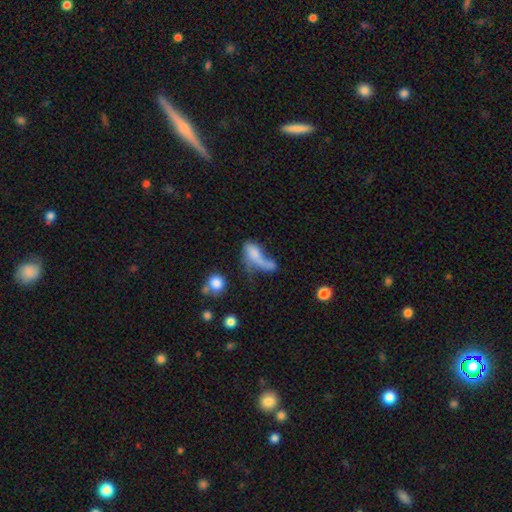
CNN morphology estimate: Smooth or featured: smooth — 58% (featured or disk — 31%)
How rounded: in between — 66% (cigar-shaped — 26%)
Merging: merger — 35% (major disturbance — 33%)